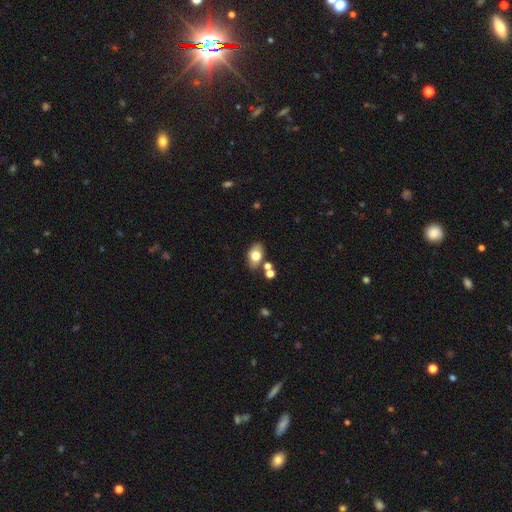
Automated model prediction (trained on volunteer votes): smooth_or_featured: smooth (p=0.71) [alt: featured or disk p=0.20]
how_rounded: in between (p=0.85) [alt: round p=0.13]
merging: none (p=0.71) [alt: minor disturbance p=0.14]